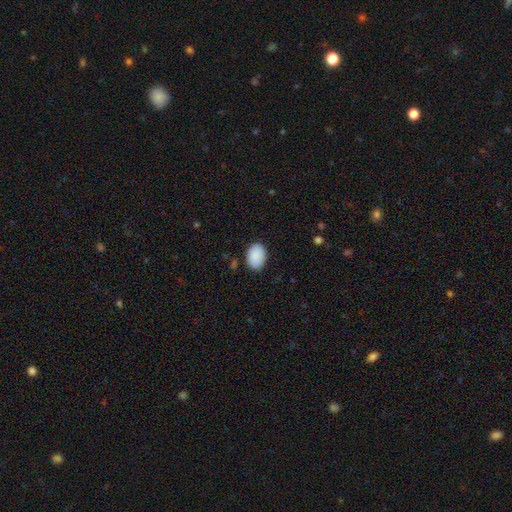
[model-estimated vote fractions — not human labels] A smooth galaxy with no disk features (90%) that is in between round and cigar-shaped (83%). Merging: none (86%).